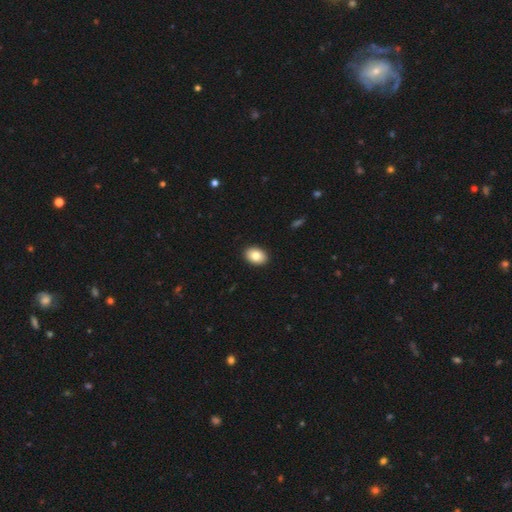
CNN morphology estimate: A smooth galaxy with no disk features (84%) that is in between round and cigar-shaped (82%). Merging: none (91%).